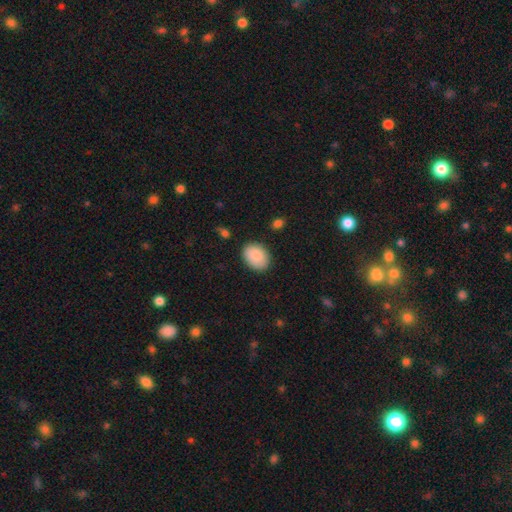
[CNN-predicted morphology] A smooth galaxy with no disk features (88%) that is in between round and cigar-shaped (74%). Merging: none (85%).